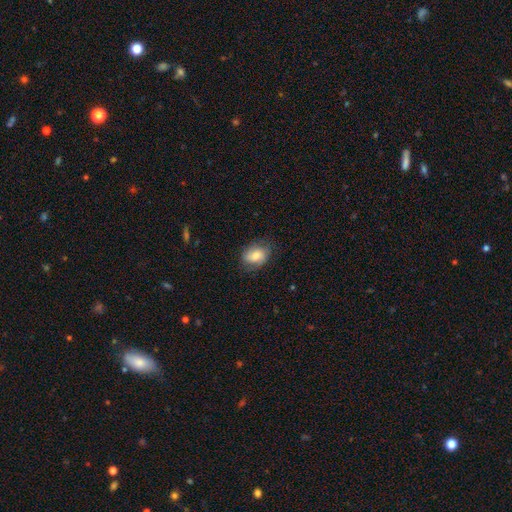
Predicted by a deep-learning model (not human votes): Smooth or featured?
  - smooth: 70% *
  - featured or disk: 22%
  - star or artifact: 8%
How rounded?
  - in between: 70% *
  - round: 29%
  - cigar-shaped: 1%
Merging?
  - none: 70% *
  - minor disturbance: 22%
  - major disturbance: 7%
  - merger: 1%